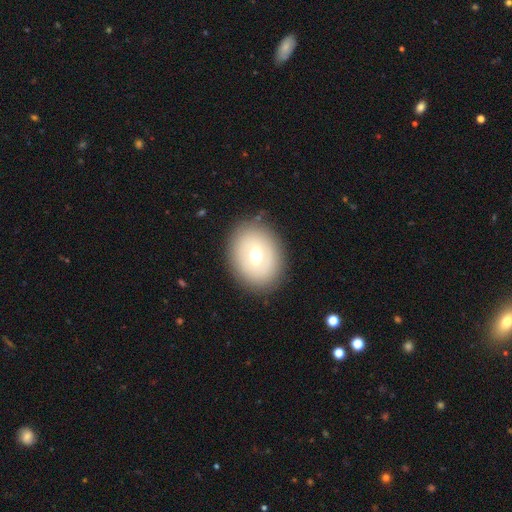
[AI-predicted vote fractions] A smooth galaxy with no disk features (49%).

Vote fractions:
- Smooth or featured? smooth: 49% / featured or disk: 43% / star or artifact: 8%
- Merging? none: 83% / minor disturbance: 11% / major disturbance: 4% / merger: 1%